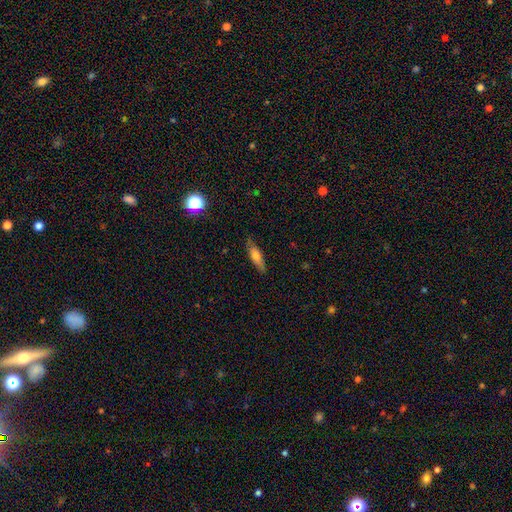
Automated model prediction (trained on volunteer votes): A smooth galaxy with no disk features (66%) that is cigar-shaped (58%).

Vote fractions:
- Smooth or featured? smooth: 66% / featured or disk: 27% / star or artifact: 7%
- How rounded? cigar-shaped: 58% / in between: 39% / round: 2%
- Merging? none: 82% / minor disturbance: 14% / major disturbance: 3% / merger: 1%